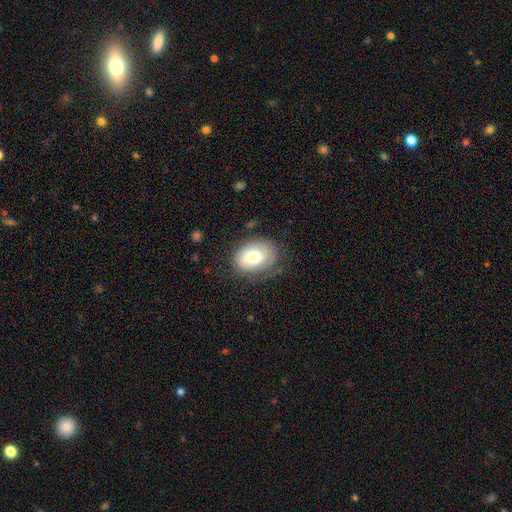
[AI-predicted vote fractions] Q: Smooth or featured?
A: smooth (69%); runner-up: featured or disk (23%)
Q: How rounded?
A: in between (81%); runner-up: round (17%)
Q: Merging?
A: none (67%); runner-up: minor disturbance (22%)